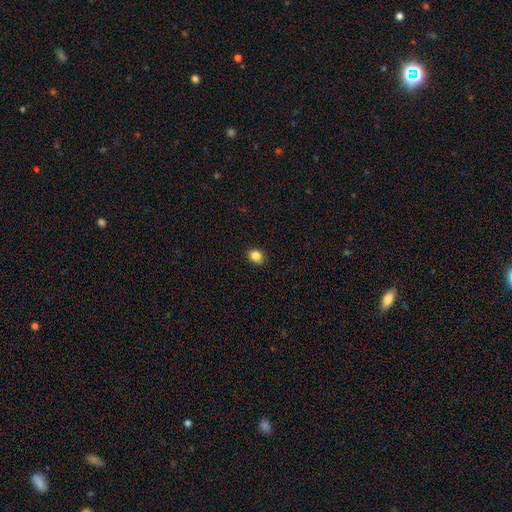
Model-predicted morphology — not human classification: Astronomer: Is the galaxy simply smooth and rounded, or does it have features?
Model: smooth — 84%.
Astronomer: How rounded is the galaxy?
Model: round — 60% (runner-up: in between, 39%).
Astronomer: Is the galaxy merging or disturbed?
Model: none — 88%.